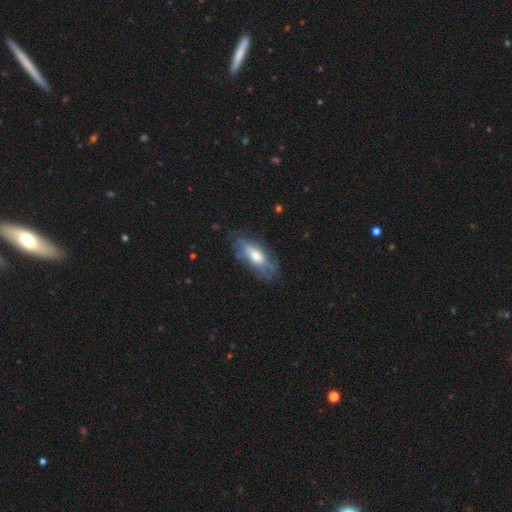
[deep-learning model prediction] Smooth or featured? Predicted: smooth (p=0.49). Merging? Predicted: none (p=0.65).